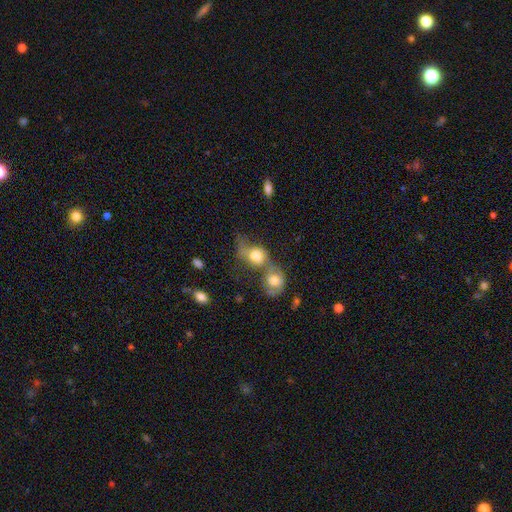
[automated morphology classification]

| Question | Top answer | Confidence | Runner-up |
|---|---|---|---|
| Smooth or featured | smooth | 63% | featured or disk (28%) |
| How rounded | round | 50% | in between (48%) |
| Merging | merger | 64% | none (15%) |